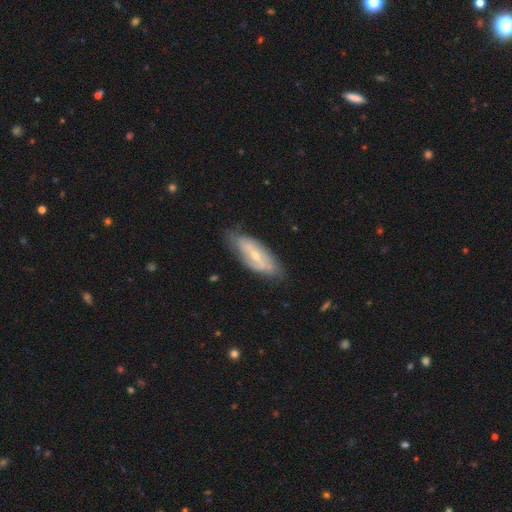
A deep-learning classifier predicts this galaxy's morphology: Smooth or featured: featured or disk — 69% (smooth — 25%)
Edge-on disk: no — 84% (yes — 16%)
Bar: weak — 40% (strong — 31%)
Spiral arms: yes — 76% (no — 24%)
Bulge size: small — 60% (moderate — 36%)
Merging: none — 75% (minor disturbance — 19%)